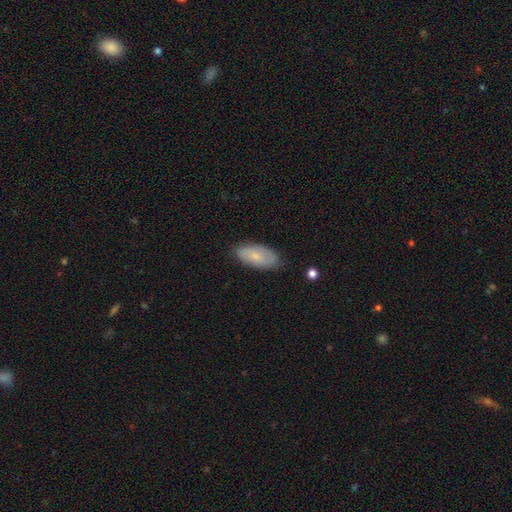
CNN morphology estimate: Smooth or featured? Predicted: smooth (p=0.69). How rounded? Predicted: in between (p=0.90). Merging? Predicted: none (p=0.80).